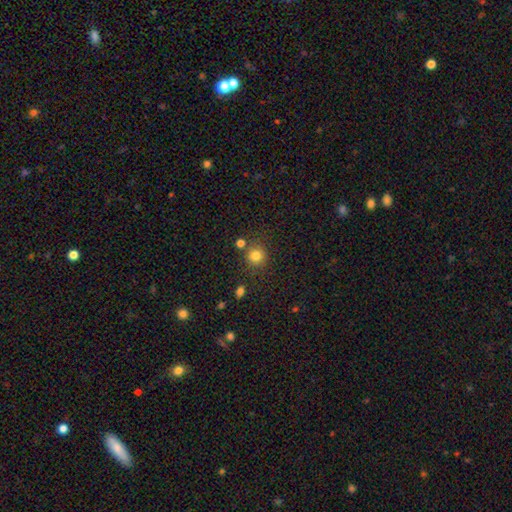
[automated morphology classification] The model was most divided on "smooth or featured": smooth: 81%, star or artifact: 13%, featured or disk: 6%. More confident: how rounded — round (91%); merging — none (78%).